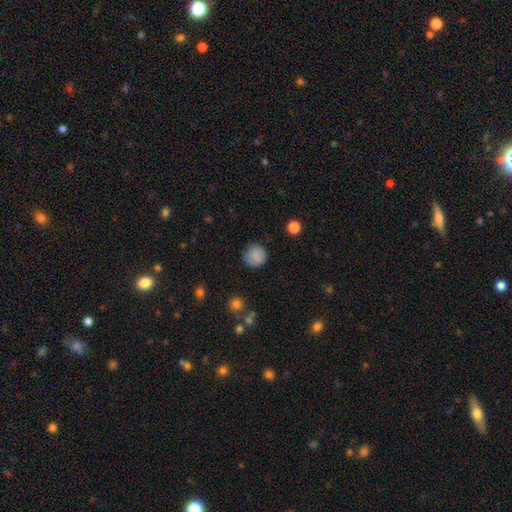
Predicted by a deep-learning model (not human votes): This is clearly a smooth galaxy (87%). How rounded: clearly round (93%). Merging: clearly none (87%).